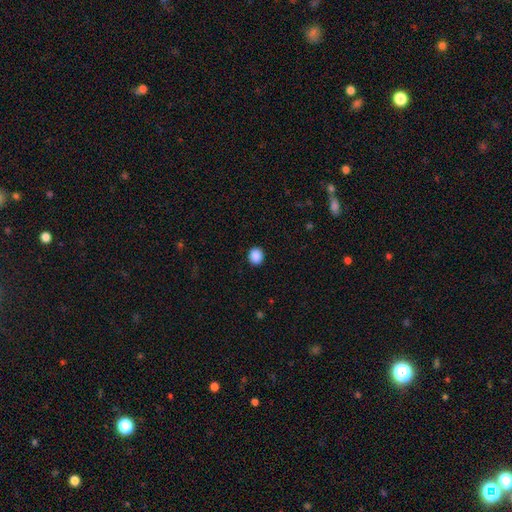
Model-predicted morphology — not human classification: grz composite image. It shows a smooth galaxy with no disk features (89%) that is round (78%). Merging: none (92%).